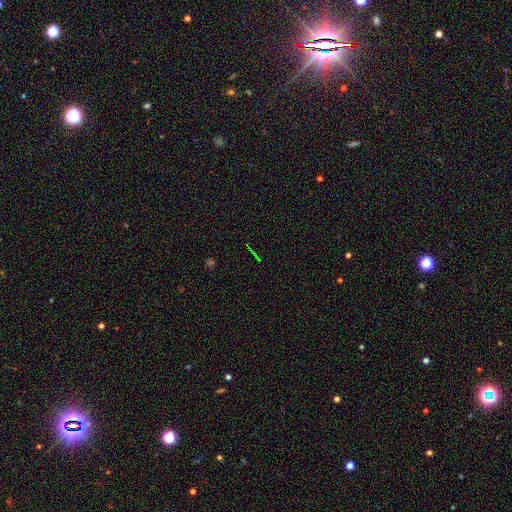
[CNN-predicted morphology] This appears to be a star or artifact, not a galaxy (74%).